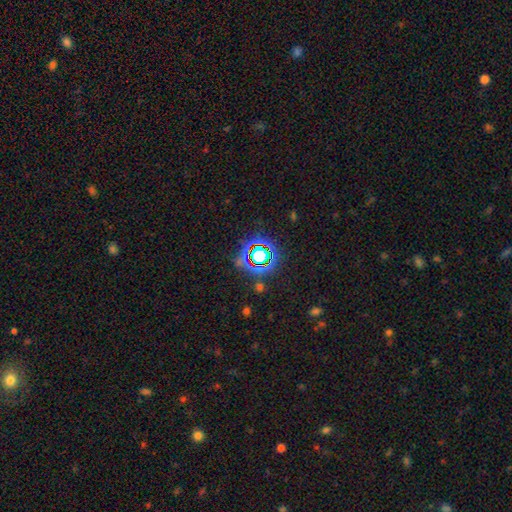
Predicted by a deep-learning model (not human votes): Smooth or featured? Predicted: star or artifact (p=0.70).